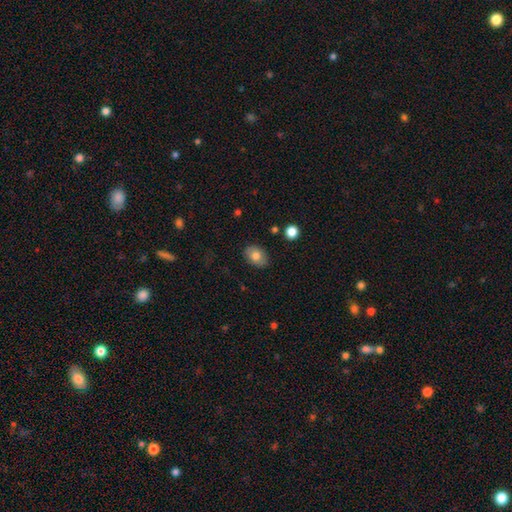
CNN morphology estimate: smooth 79%, featured or disk 13%, star or artifact 8%. Down the decision tree: how rounded — in between (77%); merging — none (85%).